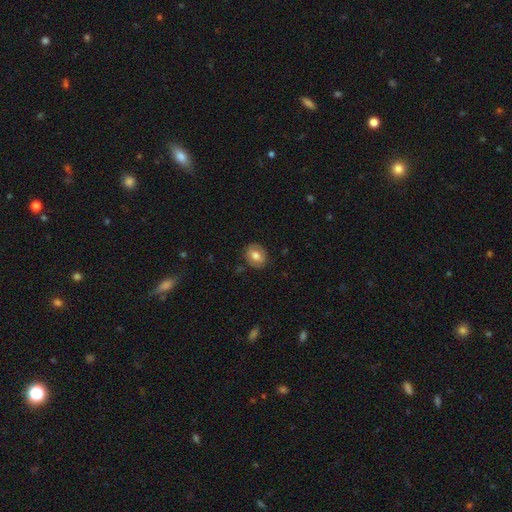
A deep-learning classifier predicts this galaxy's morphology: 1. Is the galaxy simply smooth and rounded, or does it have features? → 70% smooth, 22% featured or disk, 8% star or artifact.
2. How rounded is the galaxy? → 52% round, 47% in between, 1% cigar-shaped.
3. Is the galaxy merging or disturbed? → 84% none, 12% minor disturbance, 3% major disturbance, 1% merger.